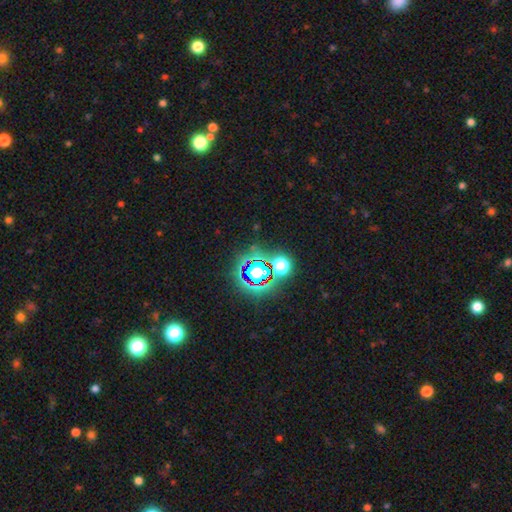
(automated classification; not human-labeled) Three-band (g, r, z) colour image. It shows a star or artifact, not a galaxy (79%).